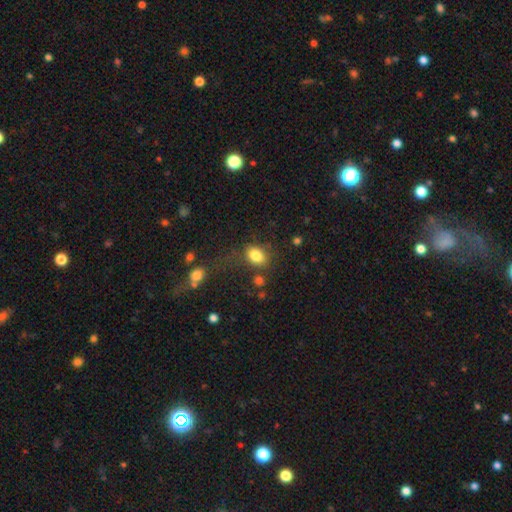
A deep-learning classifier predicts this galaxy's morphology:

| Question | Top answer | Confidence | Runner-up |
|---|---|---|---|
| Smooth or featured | smooth | 83% | star or artifact (10%) |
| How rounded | in between | 76% | round (23%) |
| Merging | none | 68% | minor disturbance (17%) |